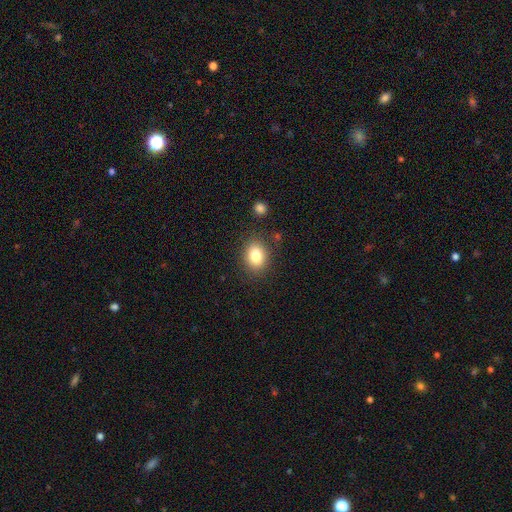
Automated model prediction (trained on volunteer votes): Smooth or featured?
  - smooth: 82% *
  - star or artifact: 10%
  - featured or disk: 8%
How rounded?
  - in between: 58% *
  - round: 41%
  - cigar-shaped: 1%
Merging?
  - none: 83% *
  - minor disturbance: 11%
  - major disturbance: 3%
  - merger: 3%